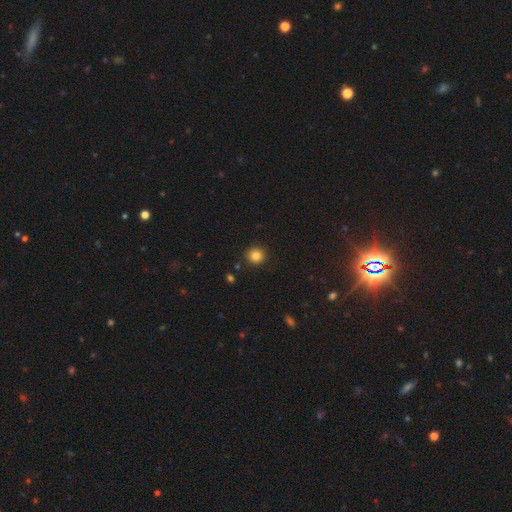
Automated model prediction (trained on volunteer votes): smooth-or-featured: smooth: 83% | star or artifact: 12% | featured or disk: 5%
  how-rounded: round: 94% | in between: 6% | cigar-shaped: 1%
  merging: none: 91% | minor disturbance: 6% | major disturbance: 2% | merger: 2%